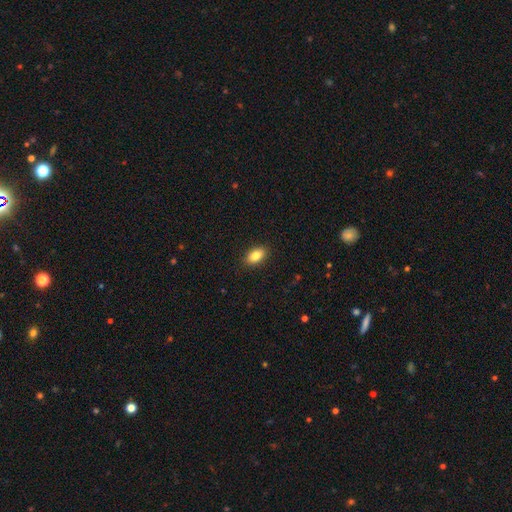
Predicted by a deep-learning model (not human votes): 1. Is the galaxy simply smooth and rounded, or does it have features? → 85% smooth, 8% star or artifact, 7% featured or disk.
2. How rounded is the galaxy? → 91% in between, 7% round, 3% cigar-shaped.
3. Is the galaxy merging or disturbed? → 90% none, 8% minor disturbance, 2% major disturbance, 1% merger.